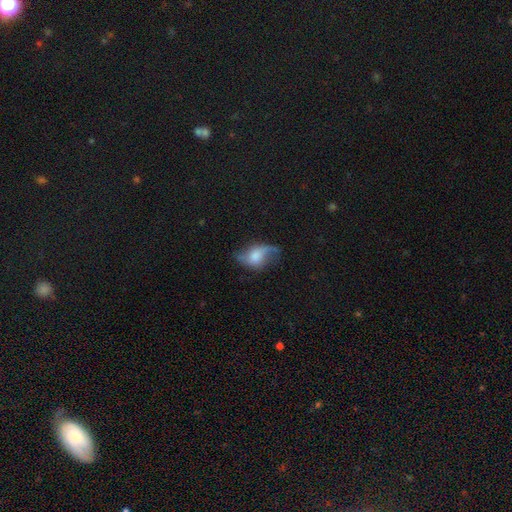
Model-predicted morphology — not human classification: Smooth or featured? featured or disk (52%)
Edge-on disk? no (91%)
Merging? none (45%)